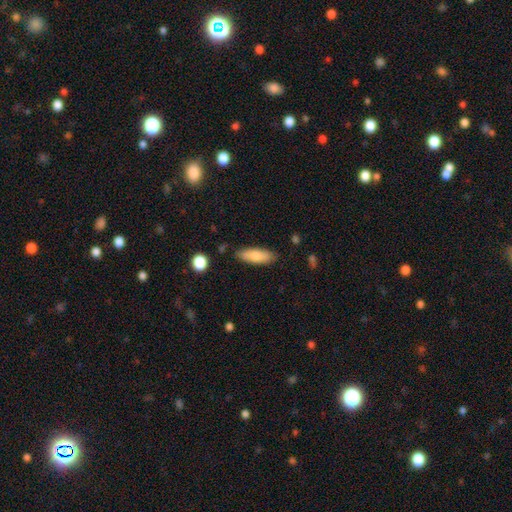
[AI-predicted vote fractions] Morphology: type=smooth (79%); roundness=in between (59%); merging=none (82%).